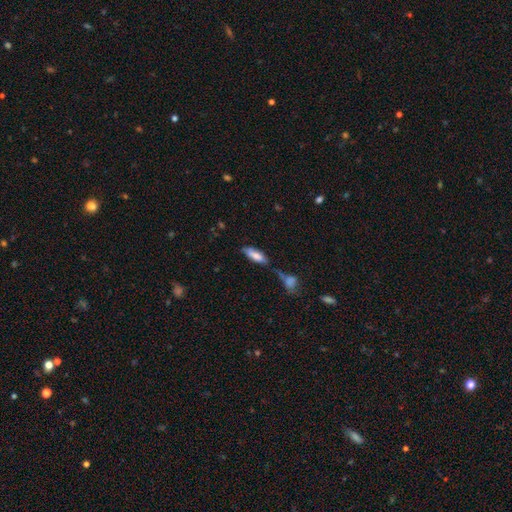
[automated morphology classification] This is likely a smooth galaxy (75%). How rounded: possibly in between (58%). Merging: possibly none (49%).